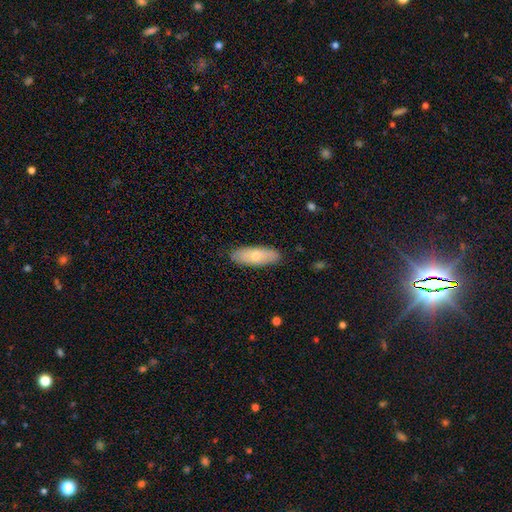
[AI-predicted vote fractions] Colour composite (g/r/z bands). It shows a smooth galaxy with no disk features (72%) that is in between round and cigar-shaped (71%). Merging: none (86%).